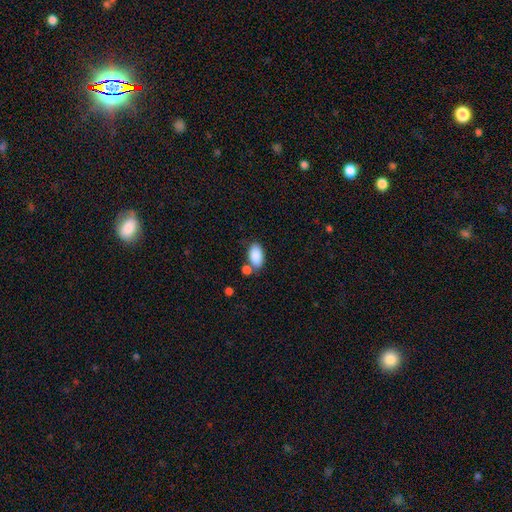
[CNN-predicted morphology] This appears to be a smooth galaxy with no disk features (89%) that is in between round and cigar-shaped (94%). Merging: none (64%).